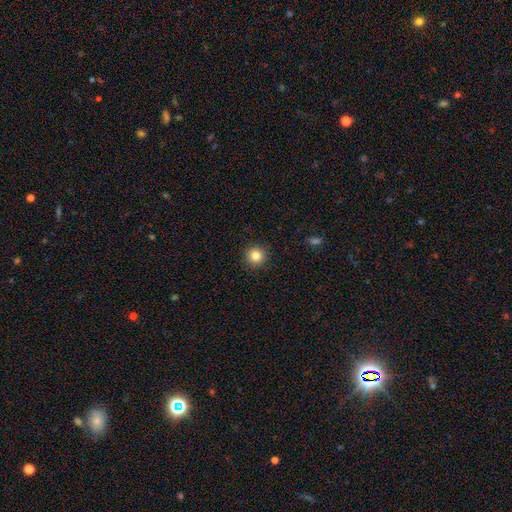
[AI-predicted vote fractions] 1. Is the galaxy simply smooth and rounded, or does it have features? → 83% smooth, 11% star or artifact, 6% featured or disk.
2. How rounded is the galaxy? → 95% round, 4% in between, 1% cigar-shaped.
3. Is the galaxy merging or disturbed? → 92% none, 5% minor disturbance, 2% major disturbance, 1% merger.